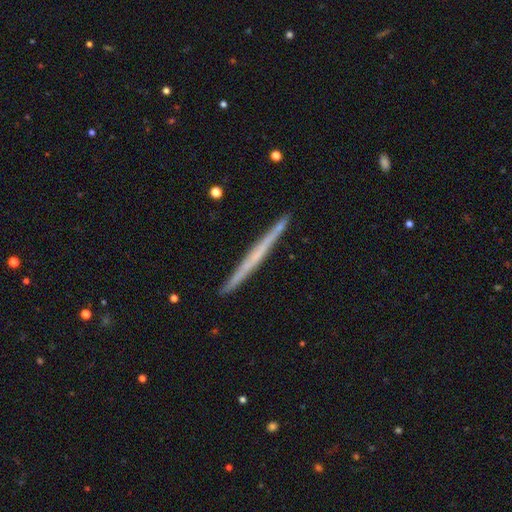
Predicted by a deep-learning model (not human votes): Overall: featured or disk (61%; smooth 33%). Edge-on disk: yes (98%). Edge-on bulge: none (83%). Merging: none (92%).